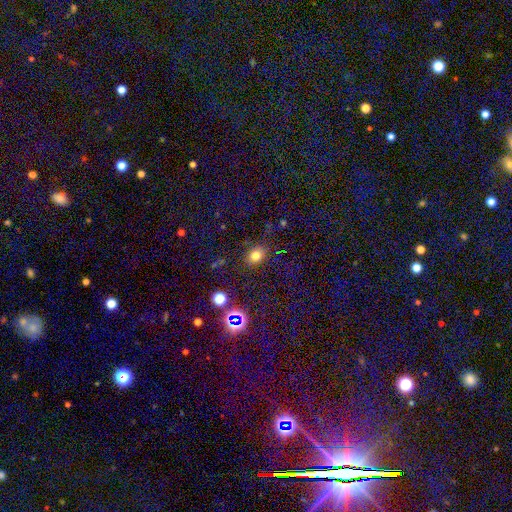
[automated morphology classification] smooth_or_featured: smooth (p=0.74) [alt: star or artifact p=0.17]
how_rounded: in between (p=0.56) [alt: round p=0.43]
merging: none (p=0.82) [alt: minor disturbance p=0.12]